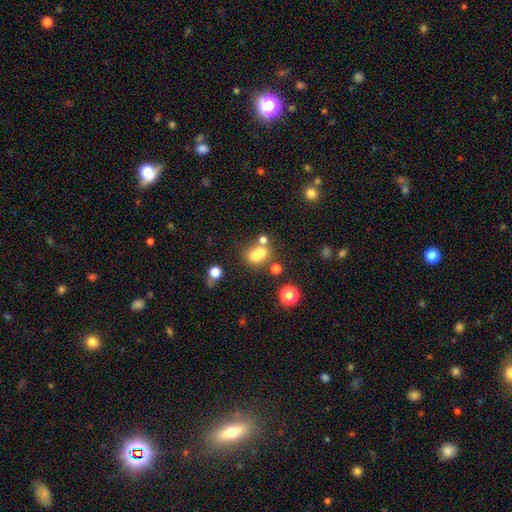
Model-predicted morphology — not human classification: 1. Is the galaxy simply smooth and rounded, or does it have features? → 64% smooth, 19% featured or disk, 17% star or artifact.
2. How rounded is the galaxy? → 60% round, 38% in between, 1% cigar-shaped.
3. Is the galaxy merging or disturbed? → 48% merger, 36% none, 9% minor disturbance, 6% major disturbance.